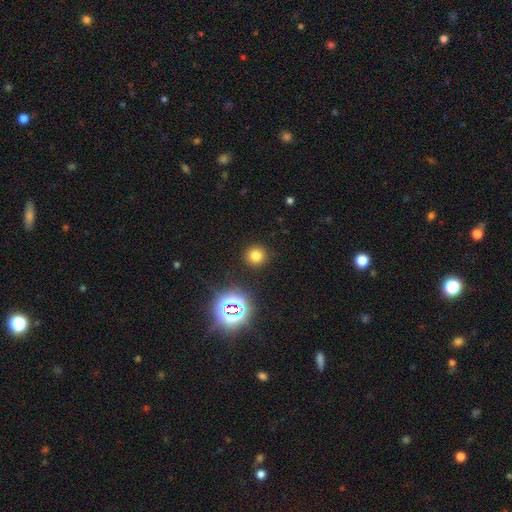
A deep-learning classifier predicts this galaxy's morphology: This is likely a smooth galaxy (72%). How rounded: clearly round (93%). Merging: clearly none (90%).